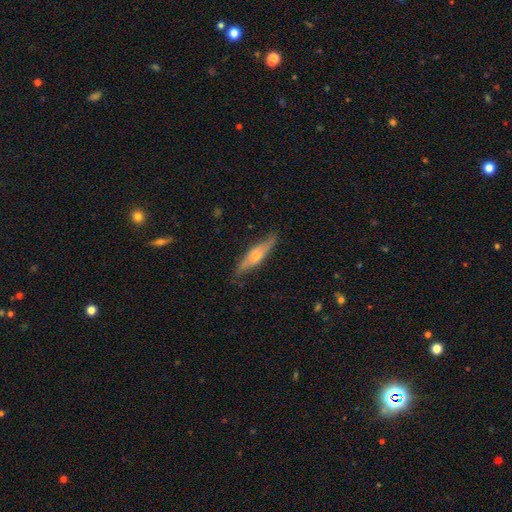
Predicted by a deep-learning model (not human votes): Smooth or featured? Predicted: featured or disk (p=0.59). Edge-on disk? Predicted: yes (p=0.83). Merging? Predicted: none (p=0.83).